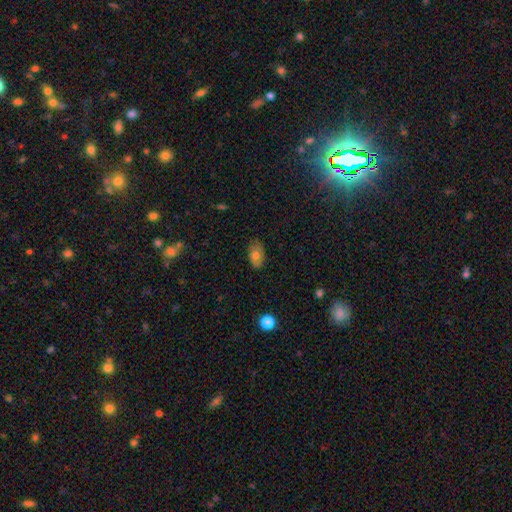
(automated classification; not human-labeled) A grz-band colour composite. It shows a smooth galaxy with no disk features (74%) that is in between round and cigar-shaped (90%). Merging: none (78%).